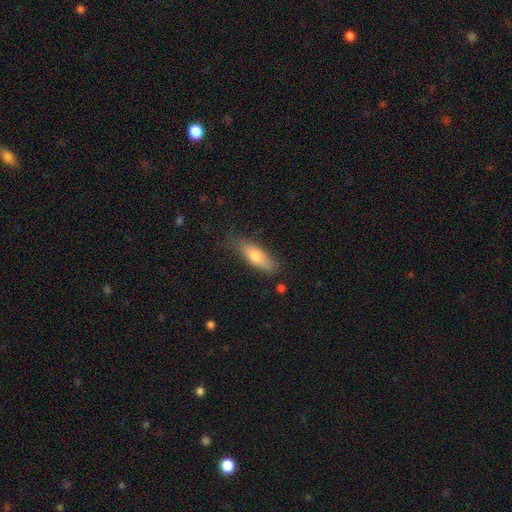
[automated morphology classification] Smooth or featured? Predicted: smooth (p=0.69). How rounded? Predicted: in between (p=0.61). Merging? Predicted: none (p=0.69).